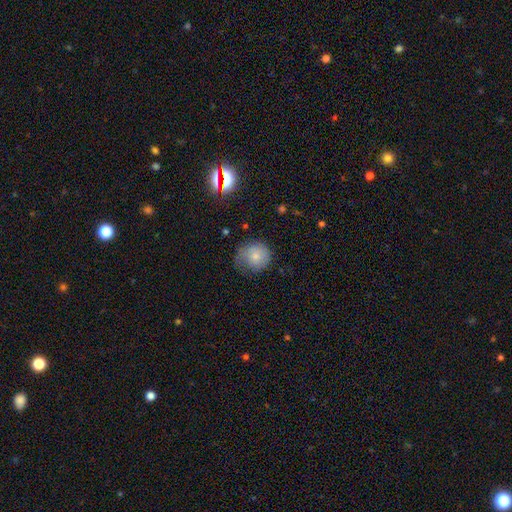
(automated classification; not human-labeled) The model was most divided on "merging": none: 48%, minor disturbance: 34%, major disturbance: 16%, merger: 2%. More confident: how rounded — round (82%); smooth or featured — smooth (75%).